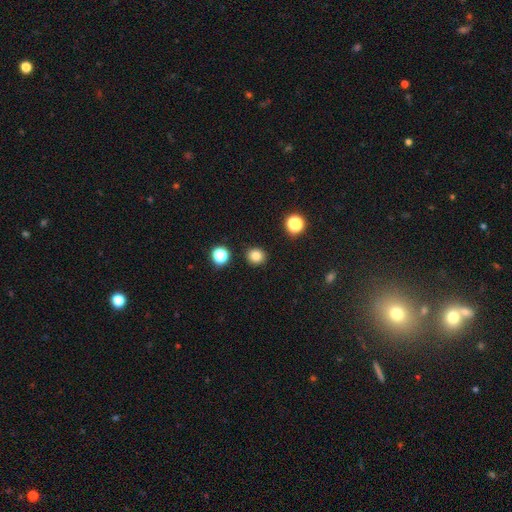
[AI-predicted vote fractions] Q: Smooth or featured?
A: smooth (82%); runner-up: star or artifact (13%)
Q: How rounded?
A: round (88%); runner-up: in between (11%)
Q: Merging?
A: none (90%); runner-up: minor disturbance (6%)